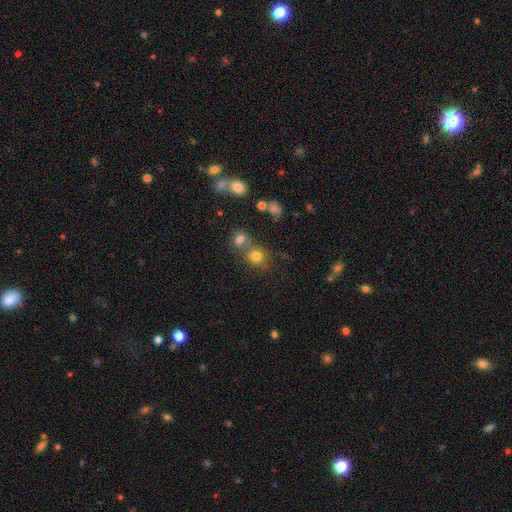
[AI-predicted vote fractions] Smooth or featured? Predicted: smooth (p=0.75). How rounded? Predicted: round (p=0.84). Merging? Predicted: none (p=0.55).